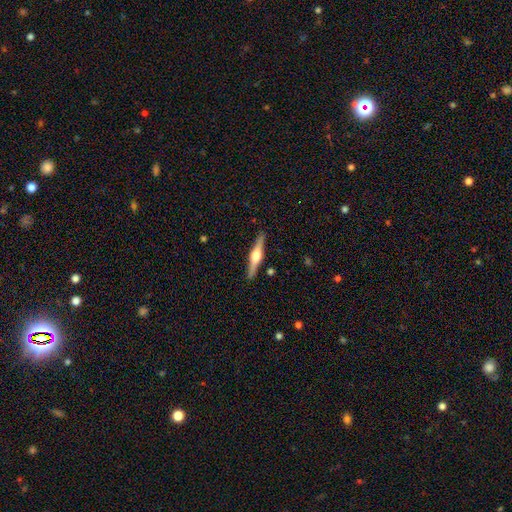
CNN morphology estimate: This is likely a featured or disk galaxy (75%). It is clearly viewed edge-on (98%). Edge-on bulge: clearly rounded (92%). Merging: clearly none (90%).